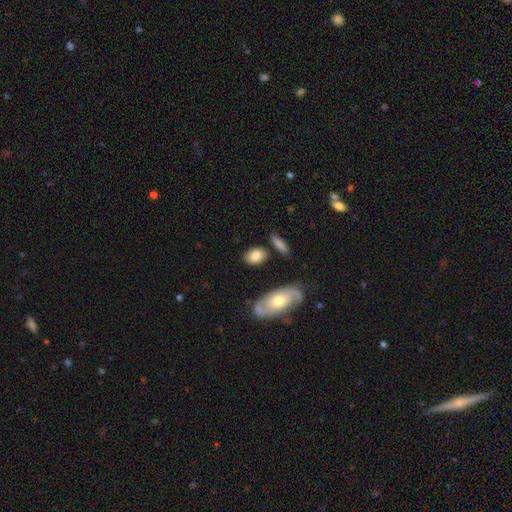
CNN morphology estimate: This appears to be a smooth galaxy with no disk features (76%) that is in between round and cigar-shaped (82%). Merging: none (75%).